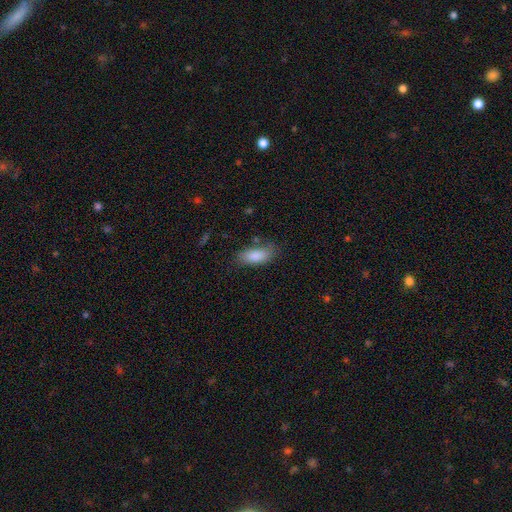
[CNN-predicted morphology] smooth-or-featured: smooth: 85% | featured or disk: 8% | star or artifact: 7%
  how-rounded: in between: 84% | cigar-shaped: 14% | round: 2%
  merging: none: 68% | minor disturbance: 22% | major disturbance: 6% | merger: 4%